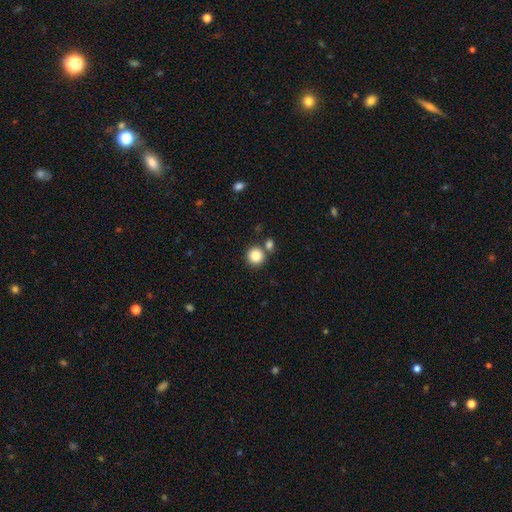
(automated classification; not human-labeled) Q: Smooth or featured?
A: smooth (86%); runner-up: star or artifact (9%)
Q: How rounded?
A: round (93%); runner-up: in between (6%)
Q: Merging?
A: none (74%); runner-up: merger (16%)